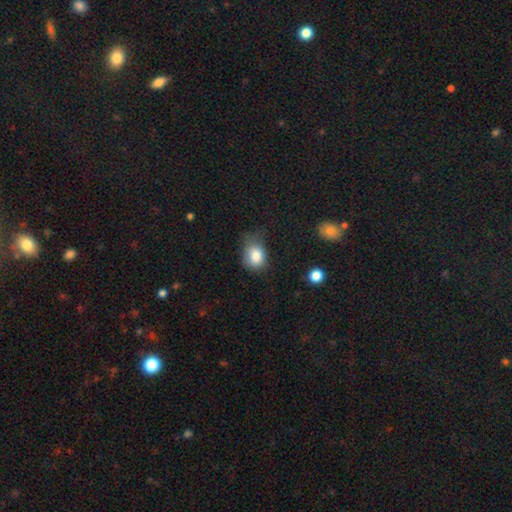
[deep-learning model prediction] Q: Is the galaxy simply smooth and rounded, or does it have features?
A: smooth — 83%.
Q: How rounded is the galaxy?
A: in between — 51%.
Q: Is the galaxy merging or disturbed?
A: none — 42%.